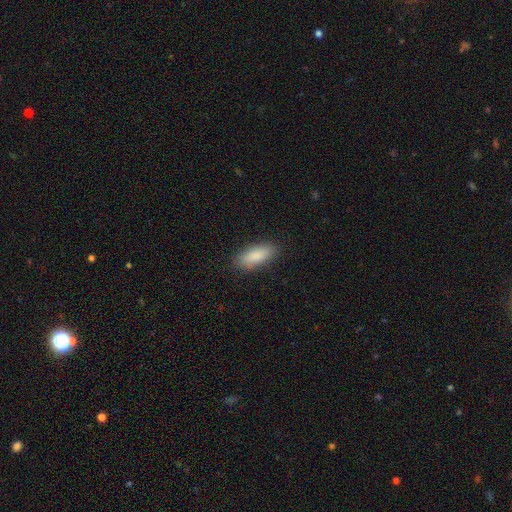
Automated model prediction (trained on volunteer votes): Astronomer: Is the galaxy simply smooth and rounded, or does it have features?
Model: smooth — 88%.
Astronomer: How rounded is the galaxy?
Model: in between — 77%.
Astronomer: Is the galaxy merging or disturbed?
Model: none — 87%.